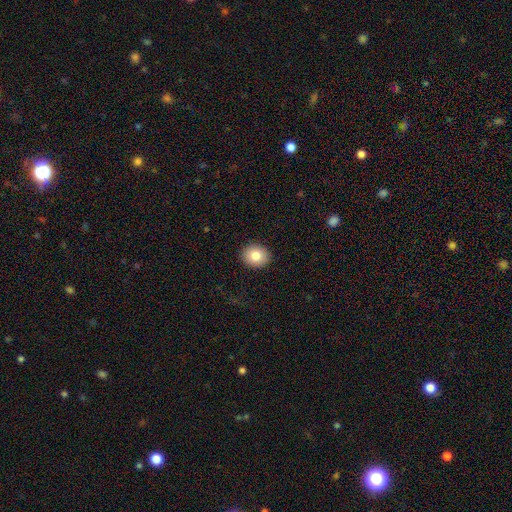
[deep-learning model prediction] Morphology: type=smooth (81%); roundness=round (66%); merging=none (91%).